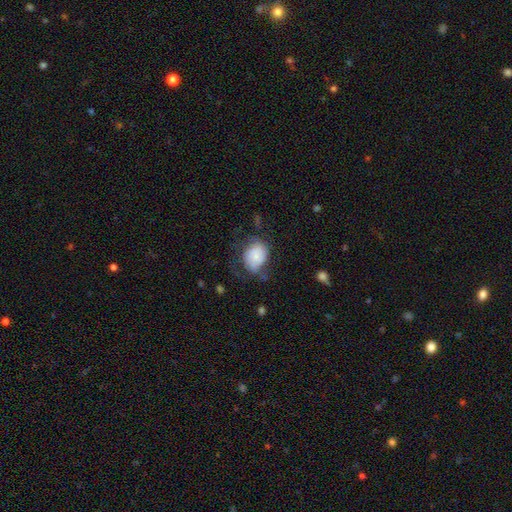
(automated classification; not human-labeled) The model was most divided on "merging": none: 41%, minor disturbance: 32%, major disturbance: 25%, merger: 3%. More confident: smooth or featured — smooth (59%); how rounded — in between (56%).